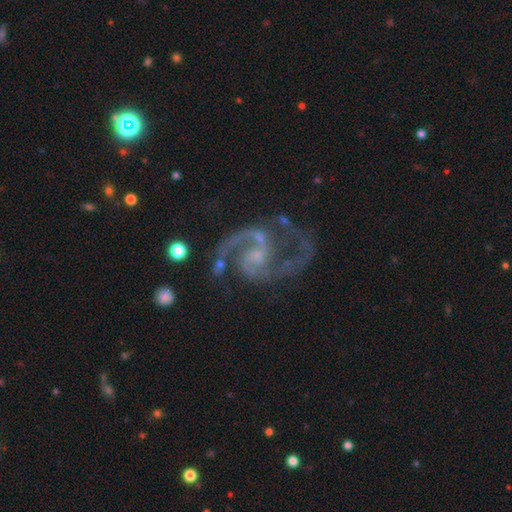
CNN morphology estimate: smooth-or-featured: featured or disk: 93% | star or artifact: 4% | smooth: 3%
  disk-edge-on: no: 99% | yes: 1%
    bar: no: 45% | weak: 43% | strong: 11%
    has-spiral-arms: yes: 98% | no: 2%
      spiral-winding: medium: 64% | loose: 22% | tight: 13%
      spiral-arm-count: 2: 93% | 3: 2% | 1: 2% | can't tell: 2% | 4: 1% | more than 4: 1%
    bulge-size: small: 56% | none: 23% | moderate: 18% | large: 2% | dominant: 1%
  merging: none: 62% | minor disturbance: 18% | major disturbance: 14% | merger: 6%